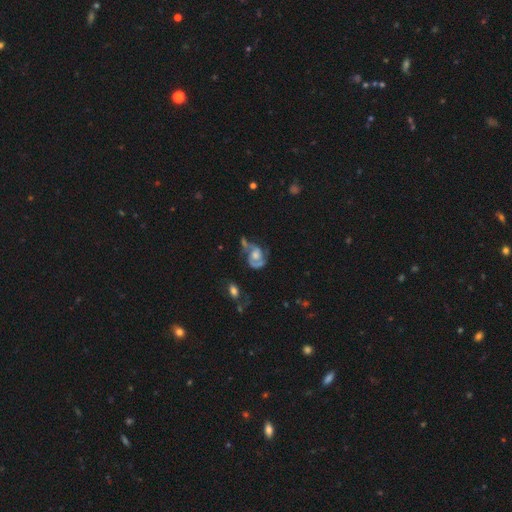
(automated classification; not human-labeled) This is likely a featured or disk galaxy (74%). It is clearly not viewed edge-on (97%). Bar: likely no (71%). Spiral arm pattern: clearly yes (83%). Spiral arm count: likely 2 (67%). Spiral winding: marginally medium (44%). Central bulge: possibly moderate (48%). Merging: marginally none (35%).